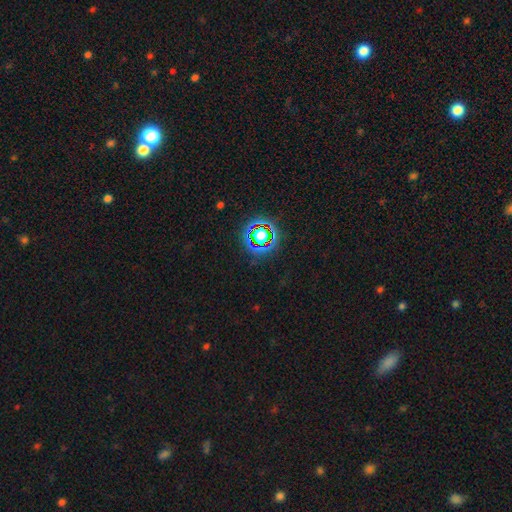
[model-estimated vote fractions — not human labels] Q: Smooth or featured?
A: star or artifact (73%); runner-up: smooth (17%)